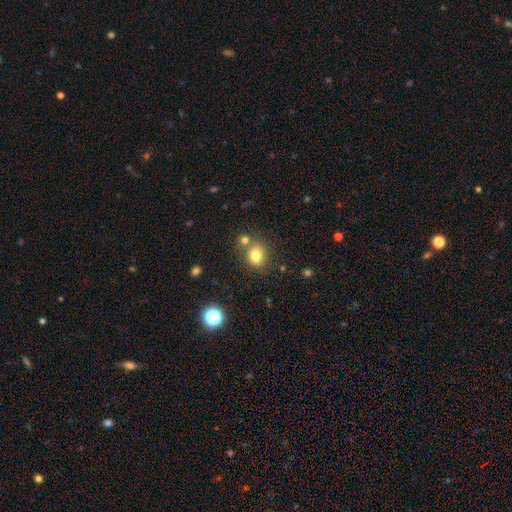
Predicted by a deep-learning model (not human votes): Morphology: type=smooth (79%); roundness=round (63%); merging=none (65%).